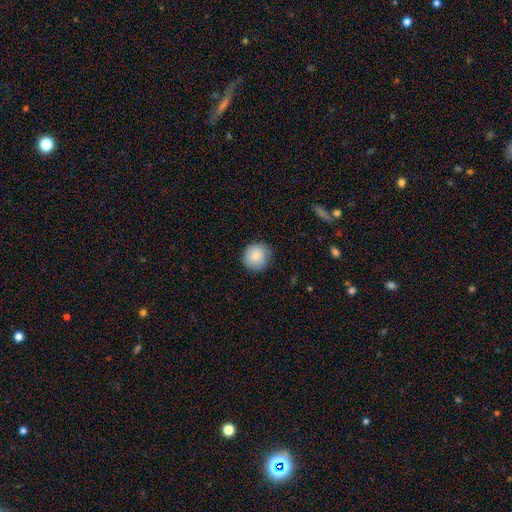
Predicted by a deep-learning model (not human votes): The model was most divided on "merging": none: 85%, minor disturbance: 11%, major disturbance: 2%, merger: 1%. More confident: how rounded — round (91%); smooth or featured — smooth (86%).